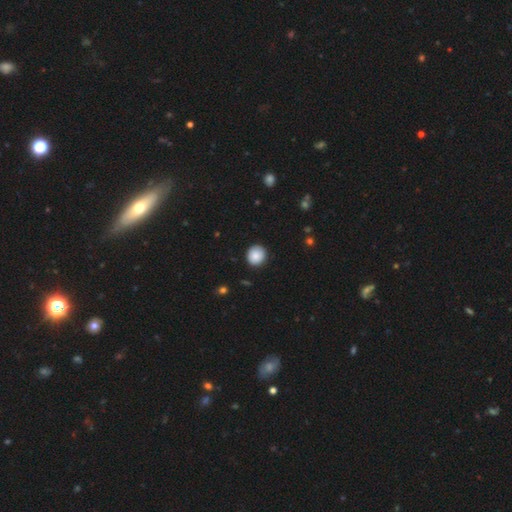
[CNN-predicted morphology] Smooth or featured? Predicted: smooth (p=0.87). How rounded? Predicted: round (p=0.87). Merging? Predicted: none (p=0.90).